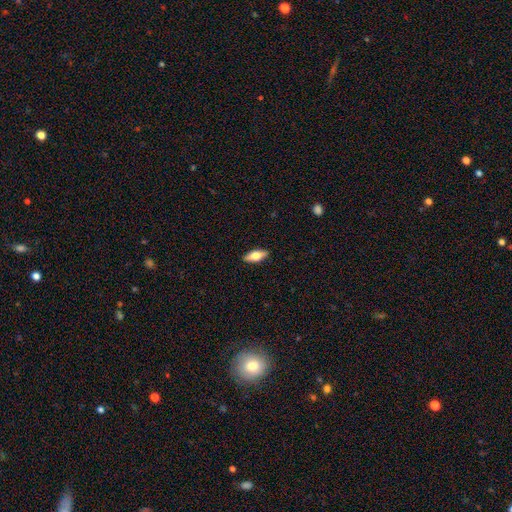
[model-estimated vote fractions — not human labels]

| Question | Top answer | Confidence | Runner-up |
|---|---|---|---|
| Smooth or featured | smooth | 64% | featured or disk (30%) |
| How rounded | in between | 74% | cigar-shaped (23%) |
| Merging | none | 89% | minor disturbance (8%) |